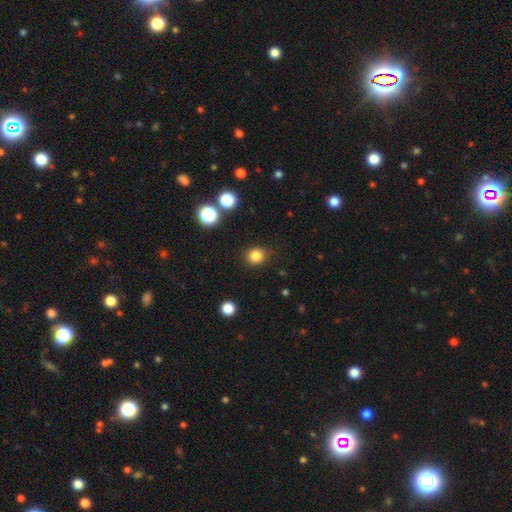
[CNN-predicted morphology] Smooth or featured? Predicted: smooth (p=0.83). How rounded? Predicted: round (p=0.83). Merging? Predicted: none (p=0.88).